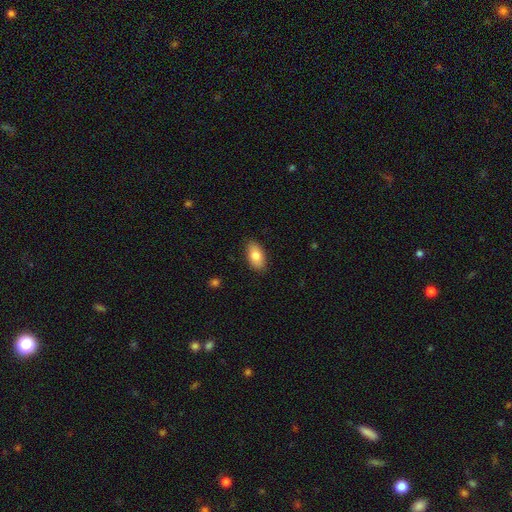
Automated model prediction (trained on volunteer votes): This is clearly a smooth galaxy (81%). How rounded: clearly in between (92%). Merging: clearly none (87%).